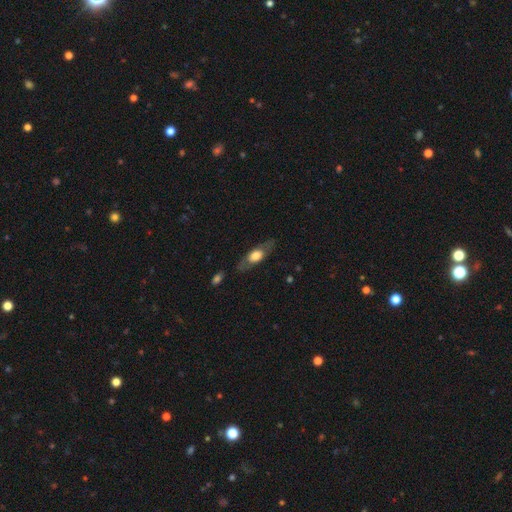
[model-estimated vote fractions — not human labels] The model was most divided on "smooth or featured": smooth: 48%, featured or disk: 46%, star or artifact: 6%. More confident: merging — none (76%).